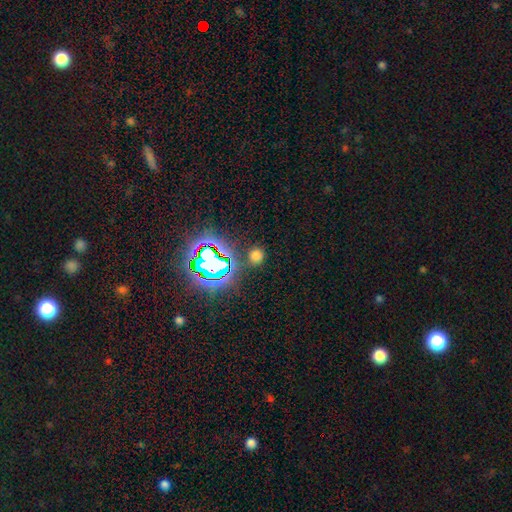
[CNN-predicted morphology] smooth 63%, star or artifact 31%, featured or disk 6%. Down the decision tree: how rounded — round (82%); merging — none (84%).